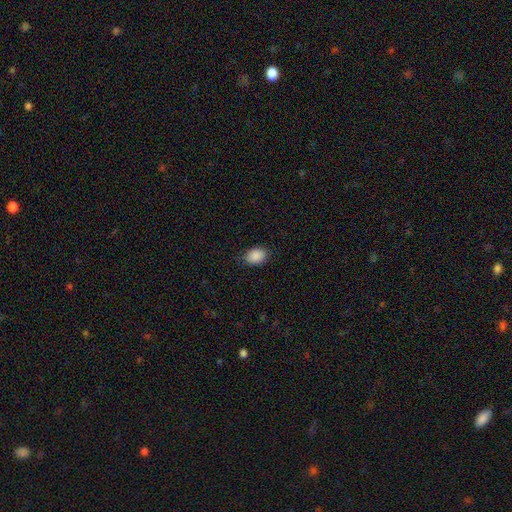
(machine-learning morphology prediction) smooth-or-featured: smooth: 89% | star or artifact: 7% | featured or disk: 3%
  how-rounded: in between: 77% | round: 22% | cigar-shaped: 1%
  merging: none: 85% | minor disturbance: 12% | major disturbance: 3% | merger: 1%